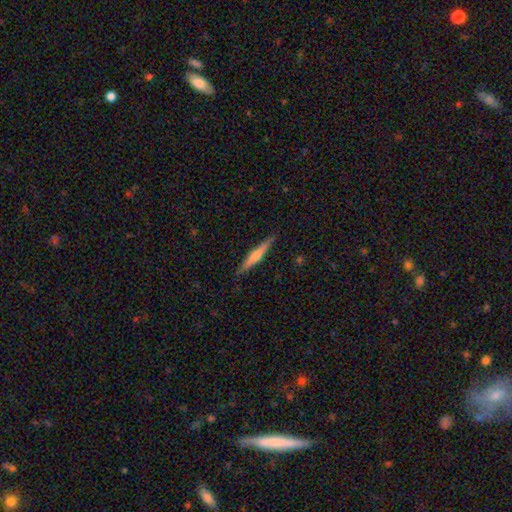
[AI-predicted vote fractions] This appears to be a featured or disk galaxy (60%) viewed edge-on (98%) with a rounded central bulge (71%). Merging: none (90%).